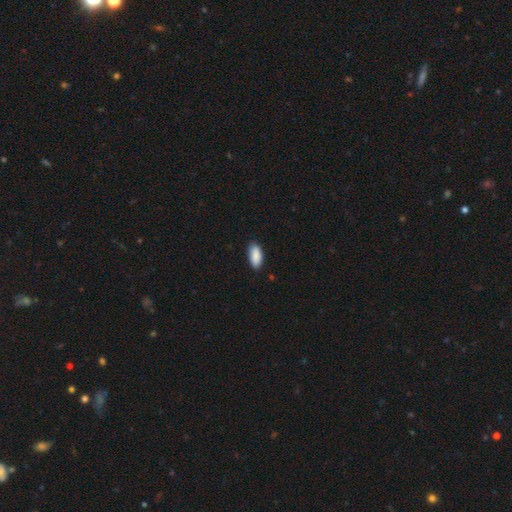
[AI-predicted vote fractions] Smooth or featured: smooth — 90% (star or artifact — 6%)
How rounded: in between — 89% (cigar-shaped — 9%)
Merging: none — 84% (minor disturbance — 13%)